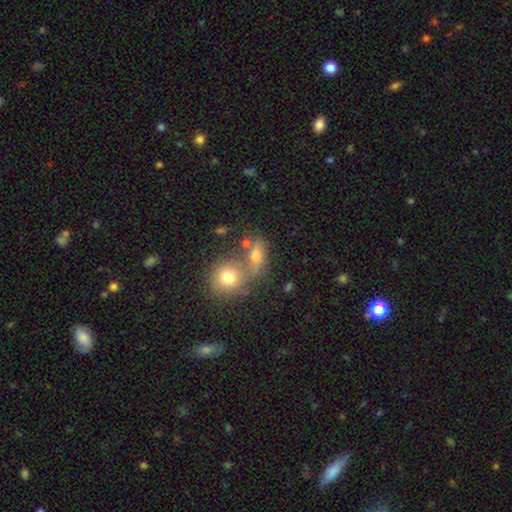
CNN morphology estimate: Smooth or featured?
  - smooth: 68% *
  - featured or disk: 17%
  - star or artifact: 15%
How rounded?
  - in between: 64% *
  - round: 25%
  - cigar-shaped: 11%
Merging?
  - merger: 40% *
  - none: 39%
  - minor disturbance: 13%
  - major disturbance: 8%